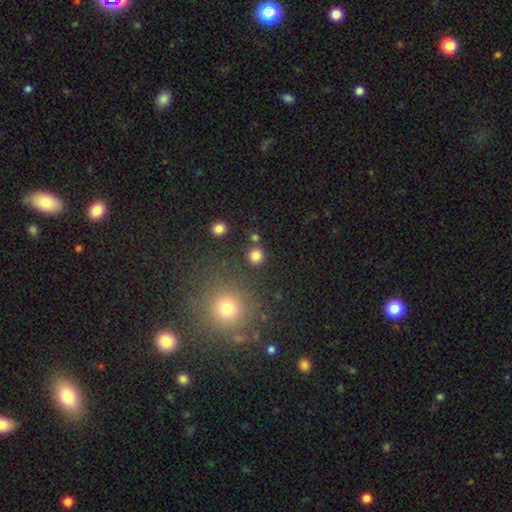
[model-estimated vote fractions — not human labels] The model was most divided on "smooth or featured": smooth: 82%, star or artifact: 14%, featured or disk: 4%. More confident: how rounded — round (93%); merging — none (86%).